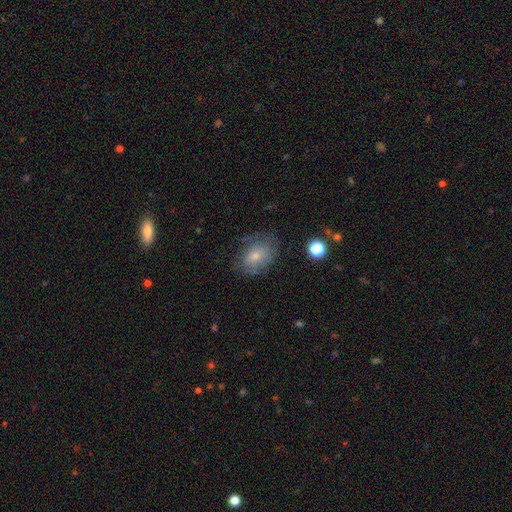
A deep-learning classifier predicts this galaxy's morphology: This is likely a smooth galaxy (66%). How rounded: likely in between (73%). Merging: likely none (61%).